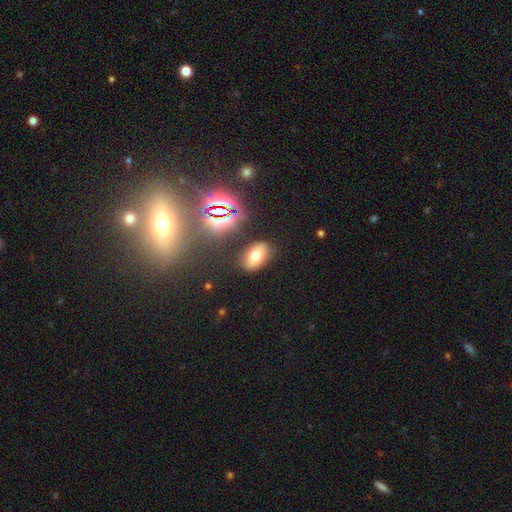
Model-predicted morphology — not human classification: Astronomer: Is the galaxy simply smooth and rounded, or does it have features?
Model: smooth — 66%.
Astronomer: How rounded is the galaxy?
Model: in between — 88%.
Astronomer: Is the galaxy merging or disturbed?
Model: none — 83%.